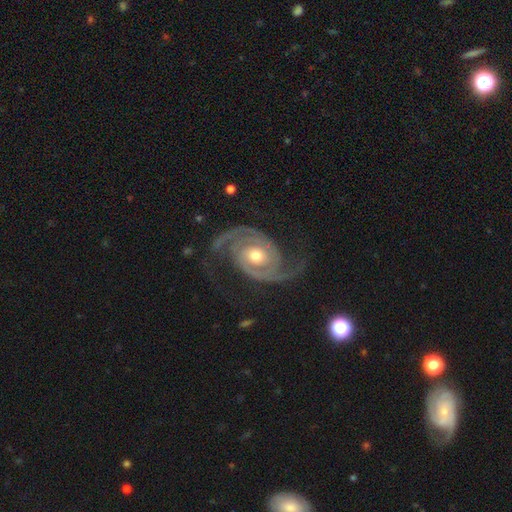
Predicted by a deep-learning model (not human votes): Q: Smooth or featured?
A: featured or disk (93%); runner-up: star or artifact (4%)
Q: Edge-on disk?
A: no (98%); runner-up: yes (2%)
Q: Bar?
A: no (70%); runner-up: weak (22%)
Q: Spiral arms?
A: yes (98%); runner-up: no (2%)
Q: Spiral winding?
A: medium (48%); runner-up: tight (34%)
Q: Spiral arm count?
A: 2 (92%); runner-up: 3 (2%)
Q: Bulge size?
A: moderate (70%); runner-up: small (22%)
Q: Merging?
A: none (75%); runner-up: minor disturbance (14%)